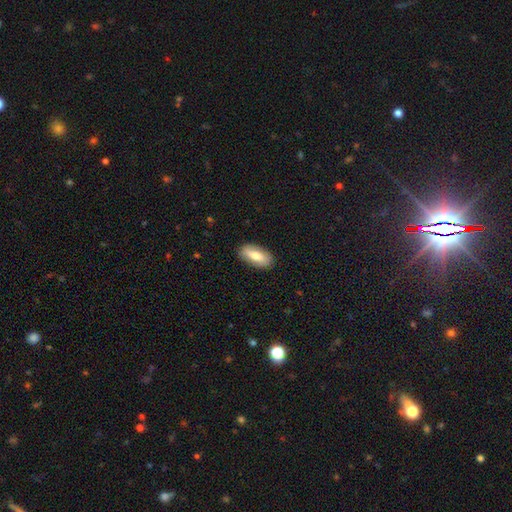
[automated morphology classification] This is likely a smooth galaxy (68%). How rounded: clearly in between (88%). Merging: clearly none (86%).